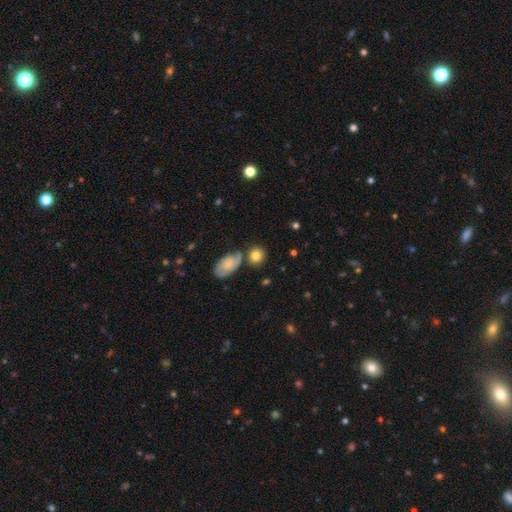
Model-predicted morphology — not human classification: Smooth or featured?
  - smooth: 80% *
  - featured or disk: 12%
  - star or artifact: 9%
How rounded?
  - round: 80% *
  - in between: 18%
  - cigar-shaped: 2%
Merging?
  - none: 69% *
  - minor disturbance: 13%
  - merger: 13%
  - major disturbance: 4%